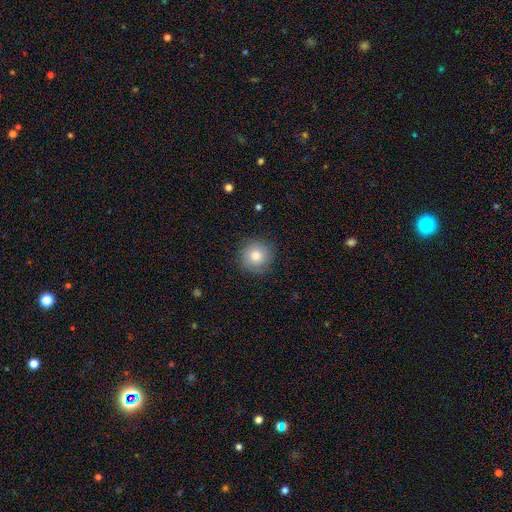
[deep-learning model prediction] Morphology: type=smooth (78%); roundness=round (94%); merging=none (86%).